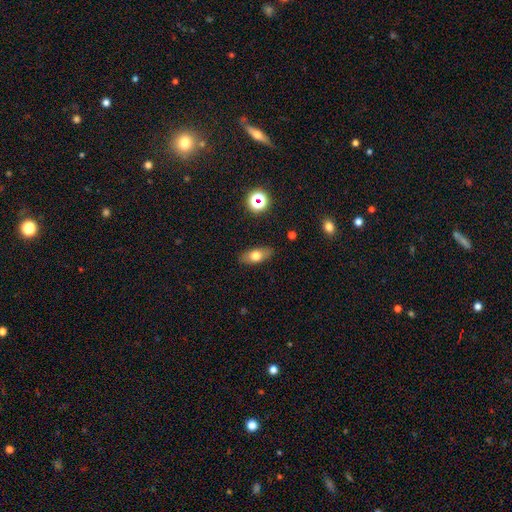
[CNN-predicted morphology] Overall: smooth (69%). How rounded: in between (81%). Merging: none (86%).